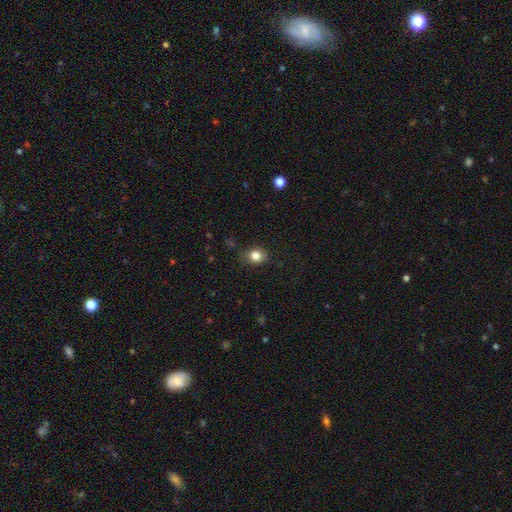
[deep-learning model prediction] Q: Smooth or featured?
A: smooth (83%); runner-up: star or artifact (11%)
Q: How rounded?
A: round (63%); runner-up: in between (36%)
Q: Merging?
A: none (79%); runner-up: minor disturbance (16%)